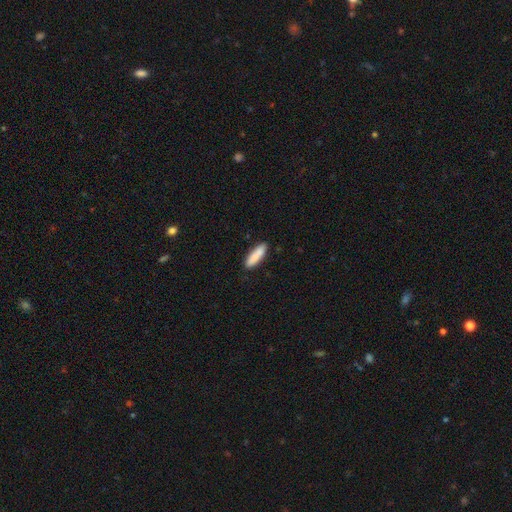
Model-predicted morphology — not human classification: Overall: smooth (85%). How rounded: cigar-shaped (60%; in between 39%). Merging: none (85%).